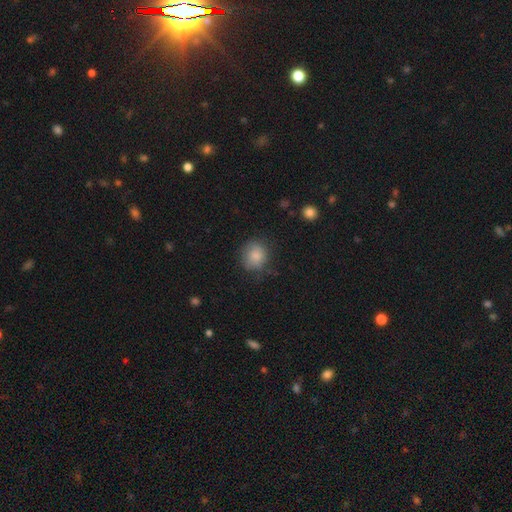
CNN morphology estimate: Smooth or featured?
  - smooth: 84% *
  - star or artifact: 8%
  - featured or disk: 8%
How rounded?
  - round: 83% *
  - in between: 16%
  - cigar-shaped: 1%
Merging?
  - none: 68% *
  - minor disturbance: 23%
  - major disturbance: 8%
  - merger: 2%